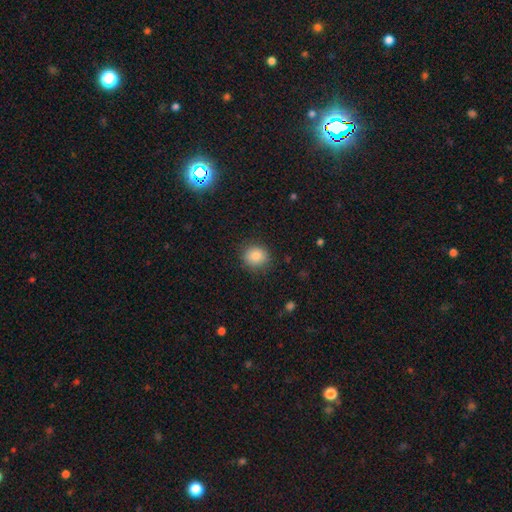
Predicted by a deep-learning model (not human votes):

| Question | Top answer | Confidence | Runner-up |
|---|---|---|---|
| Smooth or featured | smooth | 84% | star or artifact (10%) |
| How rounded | round | 84% | in between (15%) |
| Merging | none | 87% | minor disturbance (9%) |